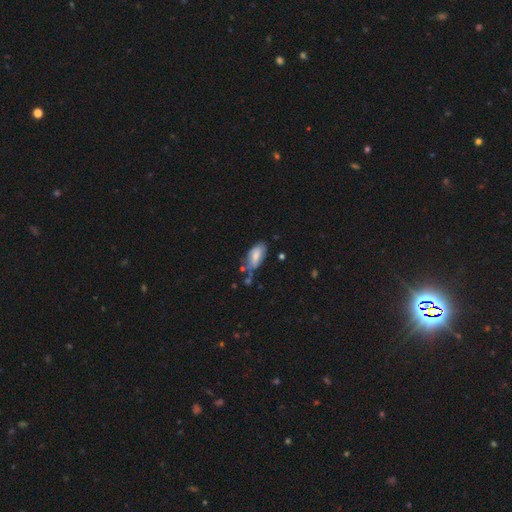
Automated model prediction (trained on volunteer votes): Smooth or featured?
  - smooth: 73% *
  - featured or disk: 20%
  - star or artifact: 7%
How rounded?
  - in between: 89% *
  - cigar-shaped: 8%
  - round: 2%
Merging?
  - none: 49% *
  - minor disturbance: 33%
  - merger: 9%
  - major disturbance: 9%